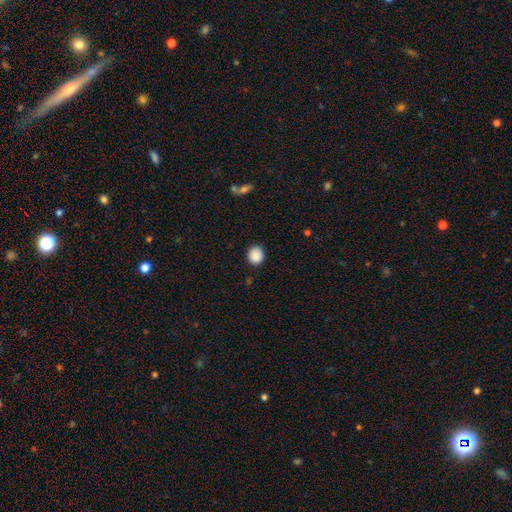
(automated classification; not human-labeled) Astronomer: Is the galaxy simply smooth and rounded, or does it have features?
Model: smooth — 89%.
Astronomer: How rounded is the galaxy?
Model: round — 83%.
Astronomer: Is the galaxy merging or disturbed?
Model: none — 89%.